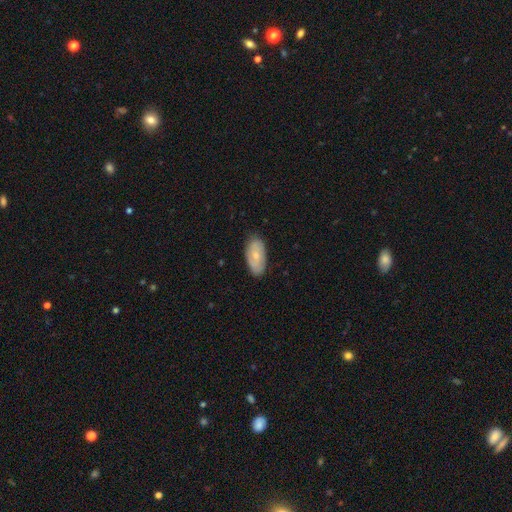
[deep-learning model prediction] A smooth galaxy with no disk features (62%) that is in between round and cigar-shaped (93%). Merging: none (81%).